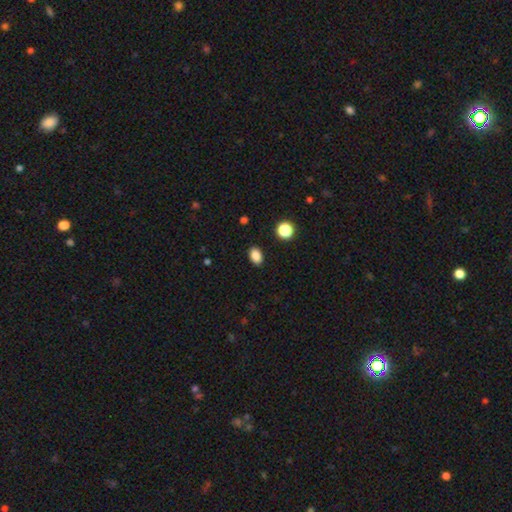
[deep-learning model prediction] A smooth galaxy with no disk features (86%) that is in between round and cigar-shaped (82%). Merging: none (89%).